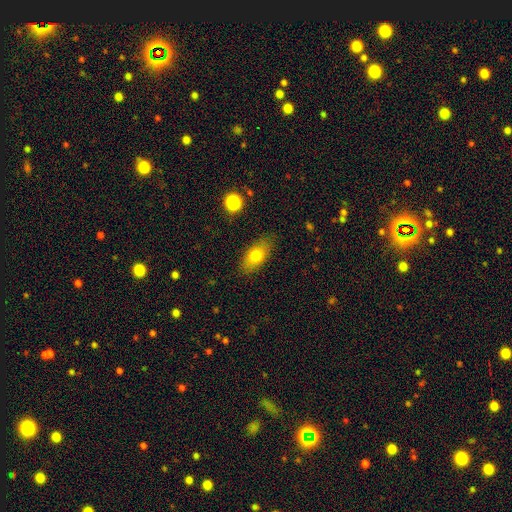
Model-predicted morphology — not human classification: A smooth galaxy with no disk features (76%) that is in between round and cigar-shaped (84%).

Vote fractions:
- Smooth or featured? smooth: 76% / featured or disk: 16% / star or artifact: 8%
- How rounded? in between: 84% / cigar-shaped: 8% / round: 8%
- Merging? none: 83% / minor disturbance: 12% / major disturbance: 3% / merger: 1%